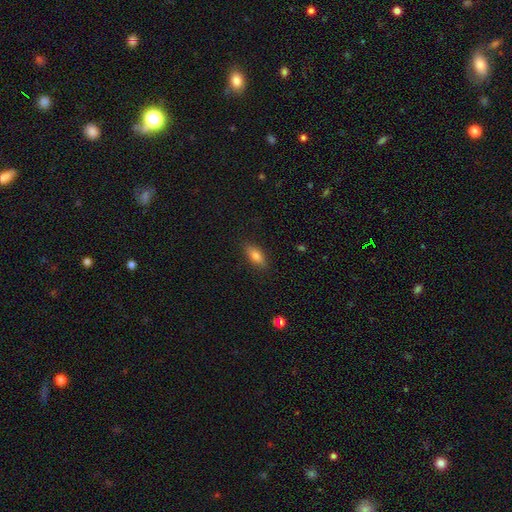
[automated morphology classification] This appears to be a smooth galaxy with no disk features (75%) that is in between round and cigar-shaped (72%). Merging: none (86%).